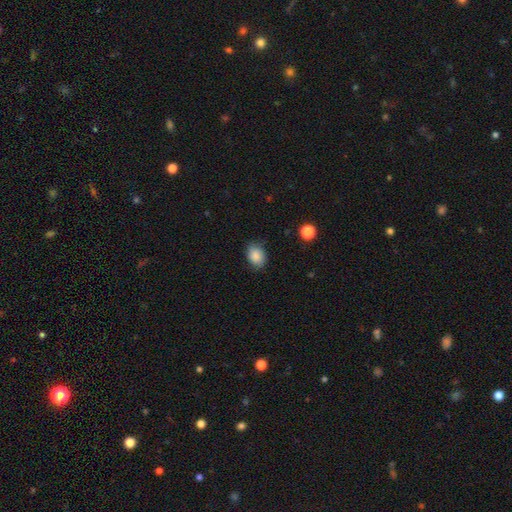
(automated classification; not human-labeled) Smooth or featured?
  - smooth: 86% *
  - star or artifact: 8%
  - featured or disk: 6%
How rounded?
  - in between: 69% *
  - round: 30%
  - cigar-shaped: 1%
Merging?
  - none: 79% *
  - minor disturbance: 16%
  - major disturbance: 3%
  - merger: 1%